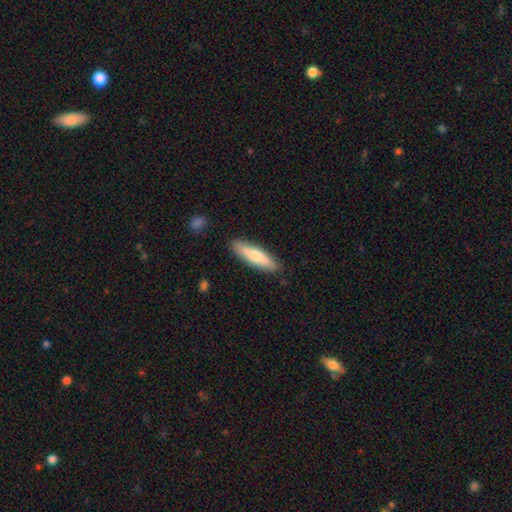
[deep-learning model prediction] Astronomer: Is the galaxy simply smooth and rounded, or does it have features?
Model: smooth — 68%.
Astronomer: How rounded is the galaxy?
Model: cigar-shaped — 73%.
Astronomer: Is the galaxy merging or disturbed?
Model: none — 87%.